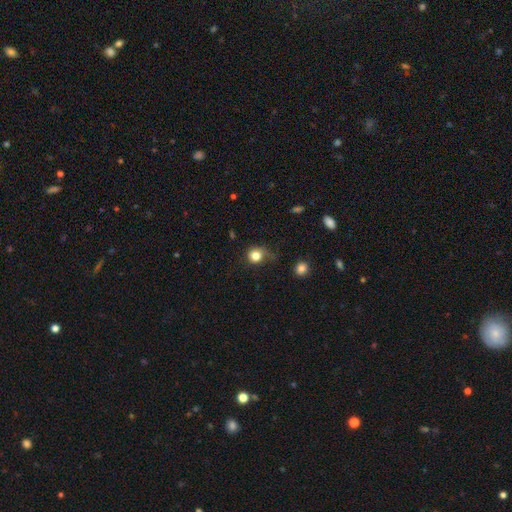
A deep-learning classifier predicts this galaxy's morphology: This appears to be a smooth galaxy with no disk features (80%) that is round (85%). Merging: none (56%).